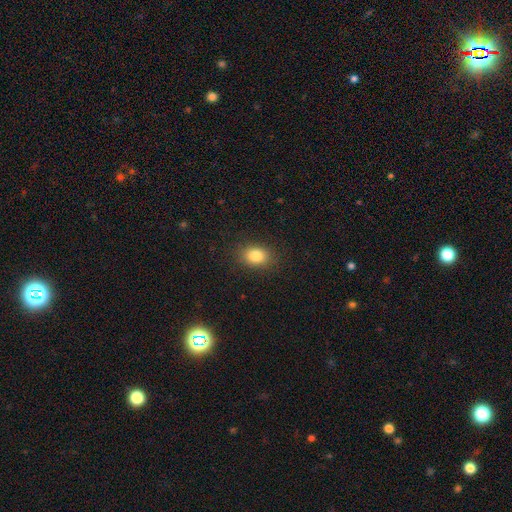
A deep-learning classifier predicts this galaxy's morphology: smooth-or-featured: smooth: 84% | star or artifact: 10% | featured or disk: 6%
  how-rounded: in between: 71% | round: 28% | cigar-shaped: 1%
  merging: none: 87% | minor disturbance: 9% | major disturbance: 3% | merger: 1%